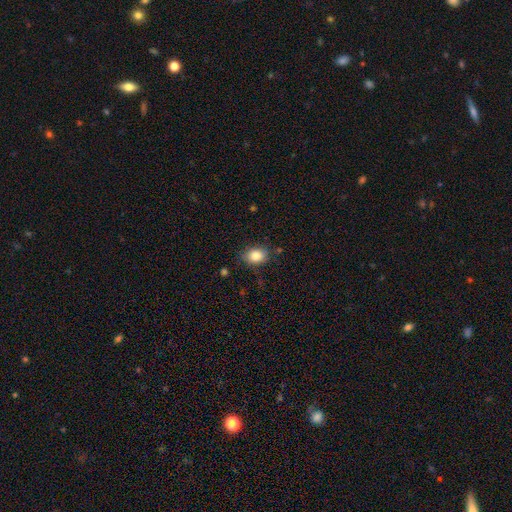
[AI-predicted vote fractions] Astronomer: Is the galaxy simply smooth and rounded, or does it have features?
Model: smooth — 86%.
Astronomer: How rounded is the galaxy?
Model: in between — 69%.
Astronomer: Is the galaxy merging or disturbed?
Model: none — 80%.